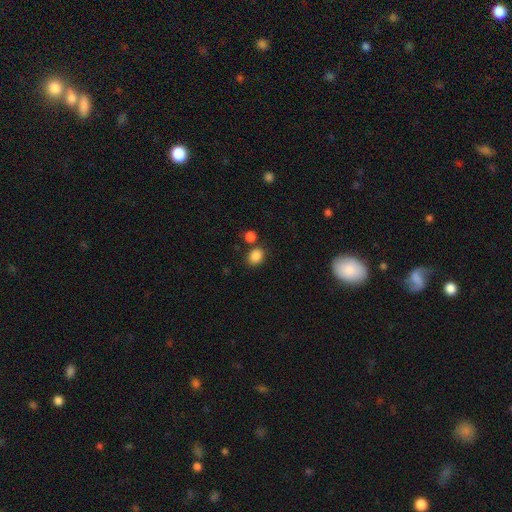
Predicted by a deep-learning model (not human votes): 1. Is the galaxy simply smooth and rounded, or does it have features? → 86% smooth, 10% star or artifact, 4% featured or disk.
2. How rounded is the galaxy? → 51% in between, 48% round, 1% cigar-shaped.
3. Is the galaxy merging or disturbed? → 73% none, 13% merger, 11% minor disturbance, 4% major disturbance.